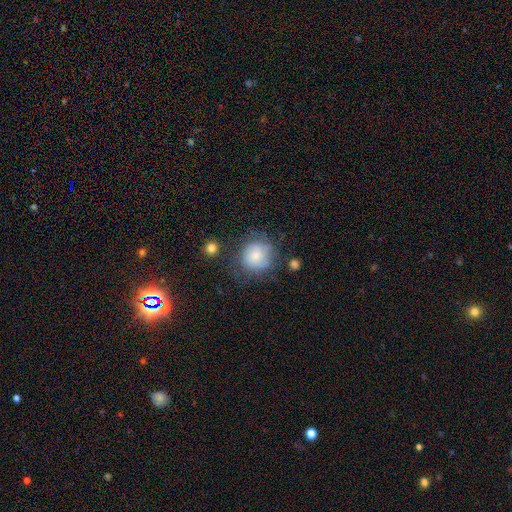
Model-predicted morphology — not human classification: type=smooth (73%); roundness=round (87%); merging=none (60%).